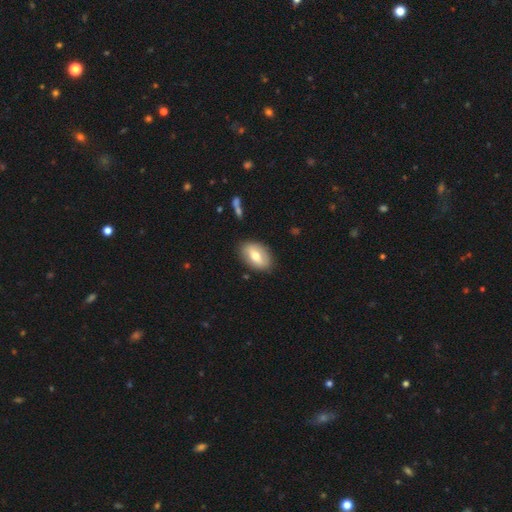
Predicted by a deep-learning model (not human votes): The model was most divided on "smooth or featured": smooth: 61%, featured or disk: 32%, star or artifact: 7%. More confident: how rounded — in between (88%); merging — none (84%).